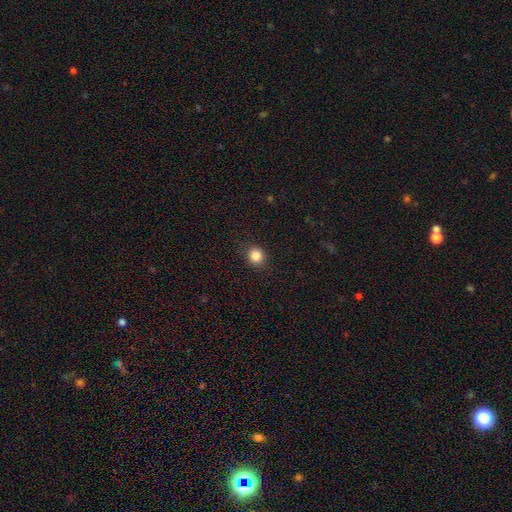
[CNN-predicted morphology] type=smooth (85%); roundness=round (85%); merging=none (89%).